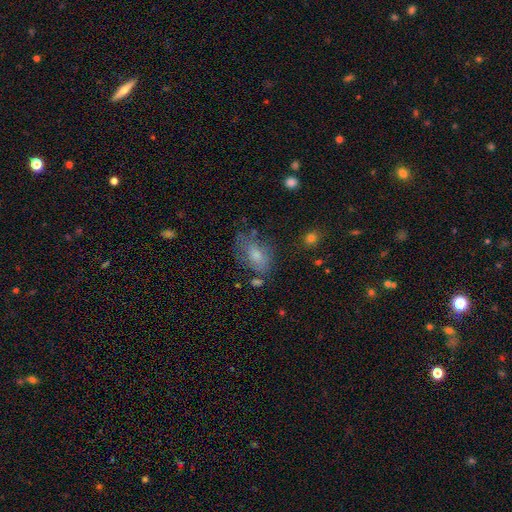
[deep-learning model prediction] The model was most divided on "merging": none: 54%, minor disturbance: 26%, major disturbance: 13%, merger: 7%. More confident: how rounded — in between (86%); smooth or featured — smooth (66%).